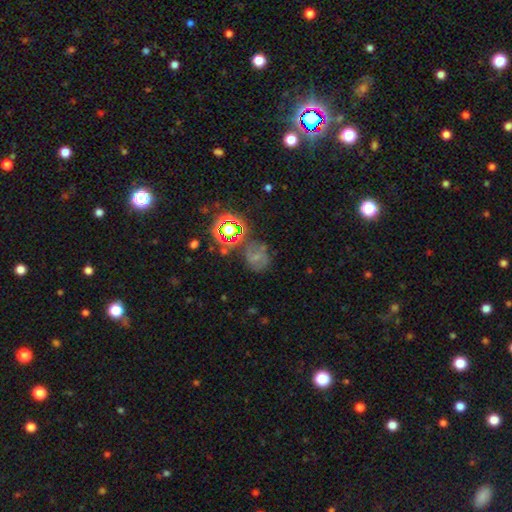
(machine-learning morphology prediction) Smooth or featured? star or artifact (44%)